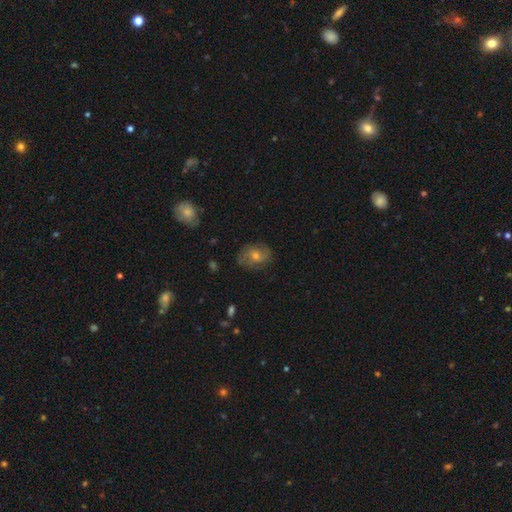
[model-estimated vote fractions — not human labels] Q: Smooth or featured?
A: featured or disk (48%); runner-up: smooth (37%)
Q: Merging?
A: none (76%); runner-up: minor disturbance (17%)